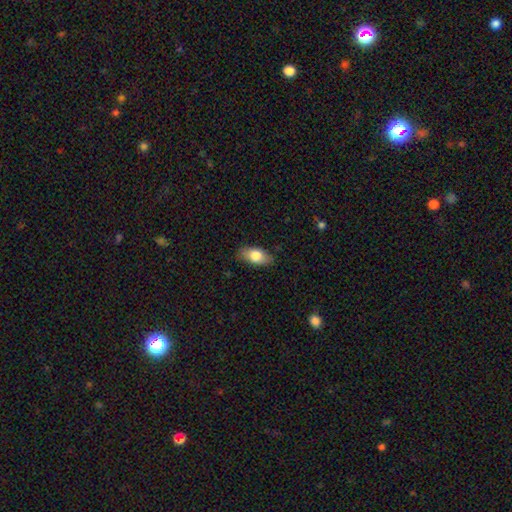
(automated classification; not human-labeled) smooth 76%, featured or disk 18%, star or artifact 7%. Down the decision tree: how rounded — in between (89%); merging — none (85%).